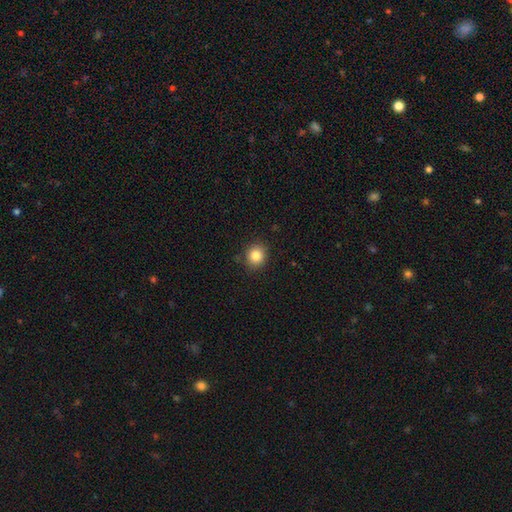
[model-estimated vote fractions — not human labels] This appears to be a smooth galaxy with no disk features (84%) that is round (80%). Merging: none (88%).